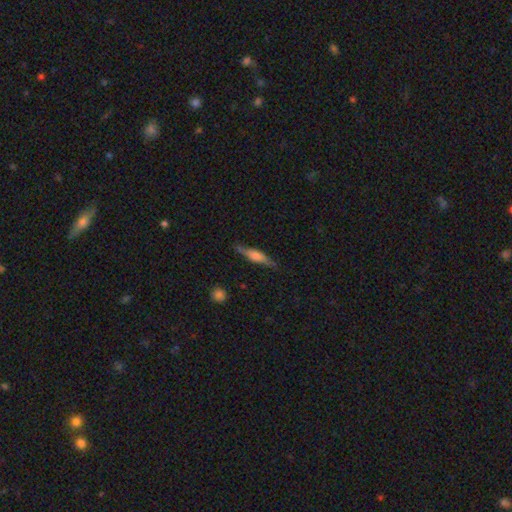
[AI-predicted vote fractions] This is possibly a featured or disk galaxy (49%). Merging: likely none (80%).